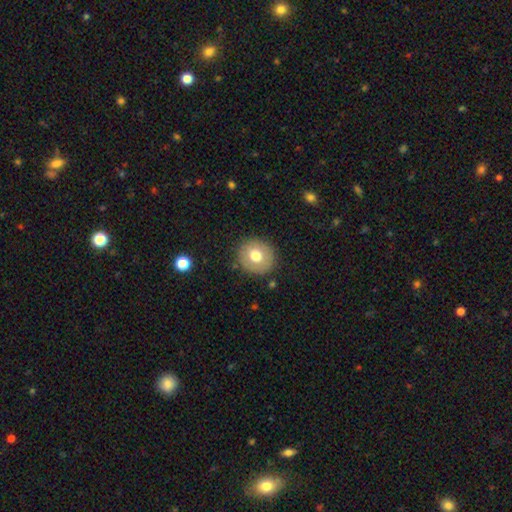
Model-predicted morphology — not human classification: smooth-or-featured: smooth: 69% | featured or disk: 22% | star or artifact: 9%
  how-rounded: round: 87% | in between: 12% | cigar-shaped: 1%
  merging: none: 88% | minor disturbance: 8% | major disturbance: 3% | merger: 1%